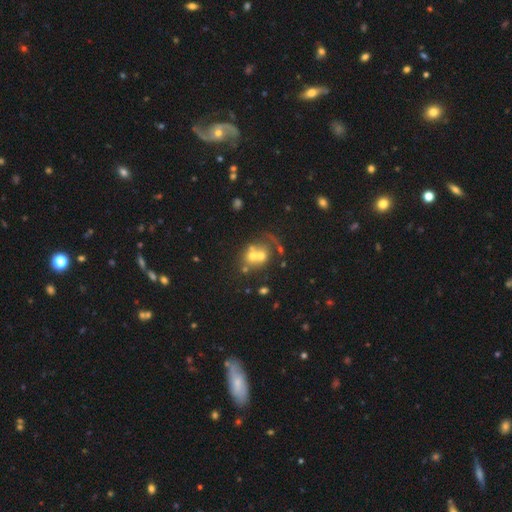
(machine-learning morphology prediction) This is possibly a smooth galaxy (49%). Merging: possibly merger (58%).